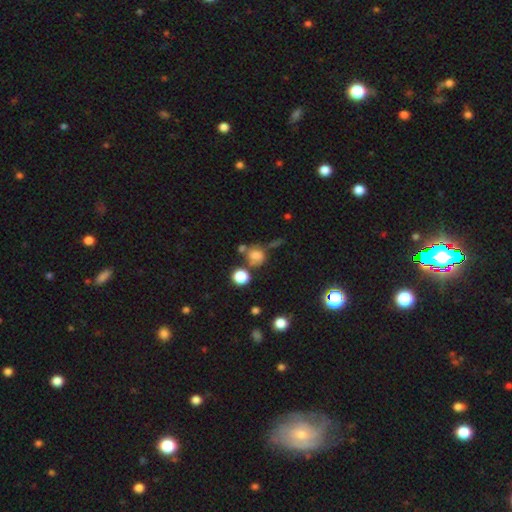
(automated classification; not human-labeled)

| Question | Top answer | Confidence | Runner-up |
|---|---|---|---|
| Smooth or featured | smooth | 69% | star or artifact (16%) |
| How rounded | round | 70% | in between (28%) |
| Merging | none | 45% | merger (23%) |